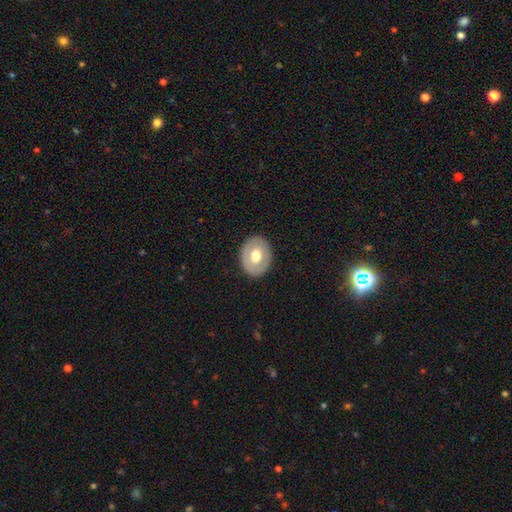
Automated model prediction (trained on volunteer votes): smooth-or-featured: smooth: 60% | featured or disk: 34% | star or artifact: 6%
  how-rounded: in between: 56% | round: 43% | cigar-shaped: 1%
  merging: none: 87% | minor disturbance: 9% | major disturbance: 3% | merger: 1%